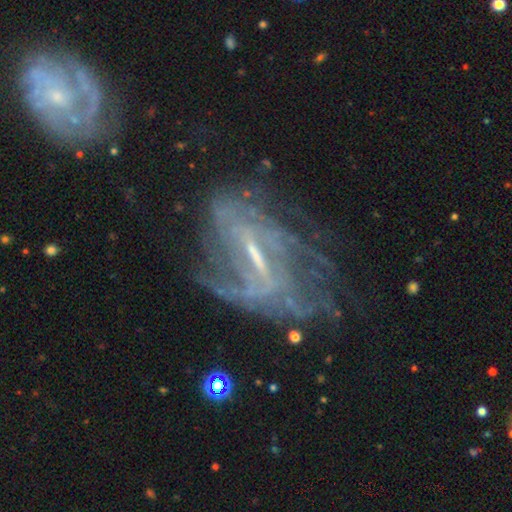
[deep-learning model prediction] smooth-or-featured: featured or disk: 79% | star or artifact: 12% | smooth: 9%
  disk-edge-on: no: 93% | yes: 7%
    bar: strong: 45% | weak: 40% | no: 15%
    has-spiral-arms: yes: 79% | no: 21%
      spiral-winding: tight: 37% | medium: 36% | loose: 27%
      spiral-arm-count: can't tell: 49% | 2: 21% | 3: 10% | 4: 7% | 1: 7% | more than 4: 5%
    bulge-size: small: 52% | moderate: 24% | none: 21% | large: 2% | dominant: 1%
  merging: none: 47% | major disturbance: 27% | minor disturbance: 21% | merger: 5%